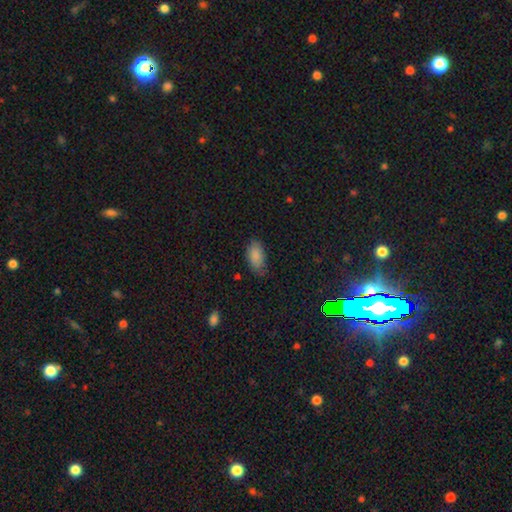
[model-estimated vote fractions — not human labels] Smooth or featured: smooth — 87% (star or artifact — 8%)
How rounded: in between — 93% (cigar-shaped — 4%)
Merging: none — 72% (minor disturbance — 23%)